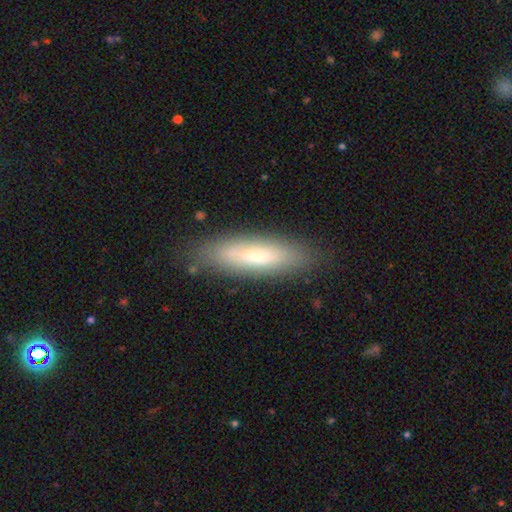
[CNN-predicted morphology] A smooth galaxy with no disk features (64%) that is cigar-shaped (62%).

Vote fractions:
- Smooth or featured? smooth: 64% / featured or disk: 29% / star or artifact: 7%
- How rounded? cigar-shaped: 62% / in between: 36% / round: 2%
- Merging? none: 84% / minor disturbance: 12% / major disturbance: 3% / merger: 2%